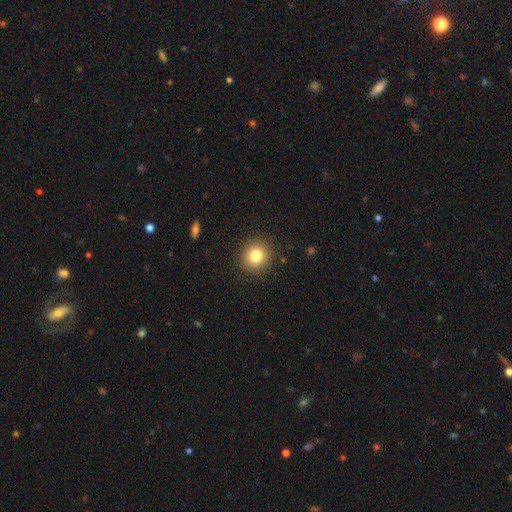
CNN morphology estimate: Smooth or featured? Predicted: smooth (p=0.81). How rounded? Predicted: round (p=0.90). Merging? Predicted: none (p=0.90).